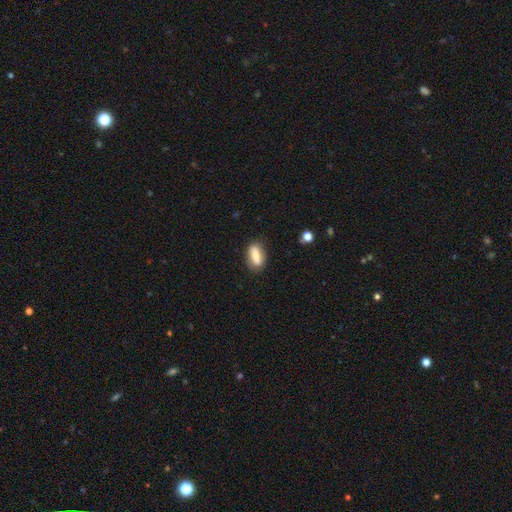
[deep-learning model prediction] smooth 74%, featured or disk 19%, star or artifact 7%. Down the decision tree: how rounded — in between (79%); merging — none (79%).